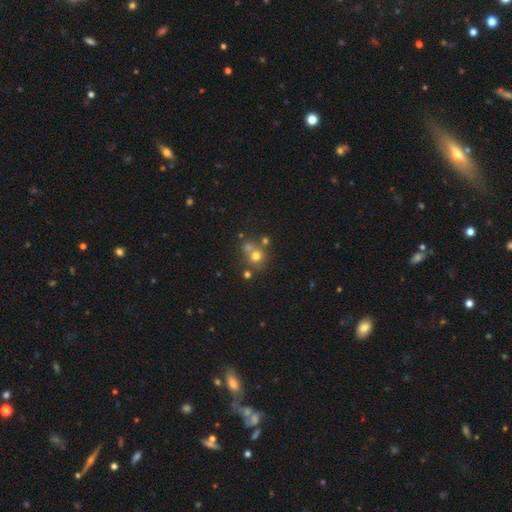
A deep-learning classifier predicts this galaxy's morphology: This is likely a smooth galaxy (67%). How rounded: clearly round (86%). Merging: possibly none (54%).